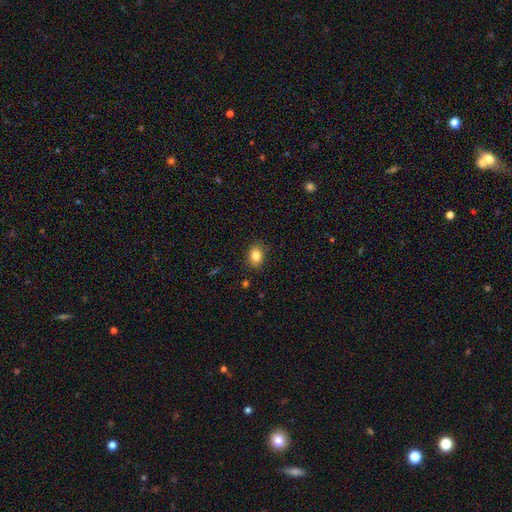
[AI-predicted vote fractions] Smooth or featured? smooth (83%)
How rounded? in between (58%)
Merging? none (82%)